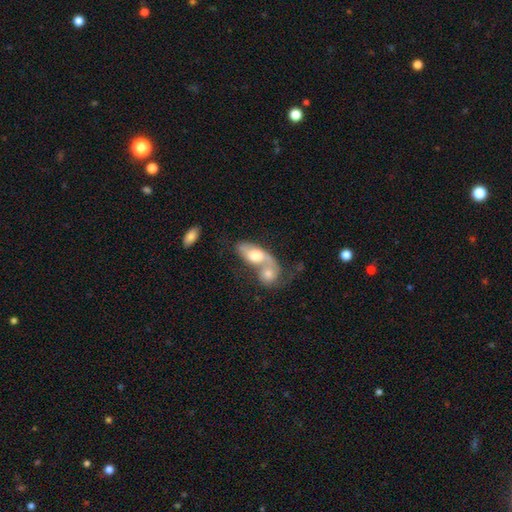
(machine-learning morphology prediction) Smooth or featured: smooth — 50% (featured or disk — 43%)
How rounded: in between — 75% (round — 14%)
Merging: merger — 76% (none — 11%)